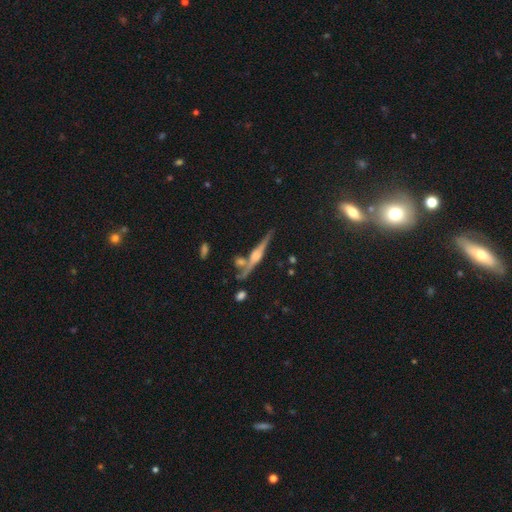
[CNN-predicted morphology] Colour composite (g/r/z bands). It shows a featured or disk galaxy (80%) viewed edge-on (97%) with a rounded central bulge (77%). Merging: none (75%).